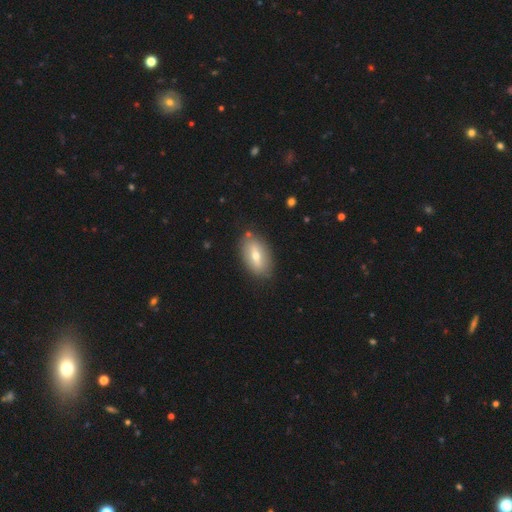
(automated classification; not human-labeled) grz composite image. It shows a smooth galaxy with no disk features (58%) that is in between round and cigar-shaped (89%). Merging: none (82%).